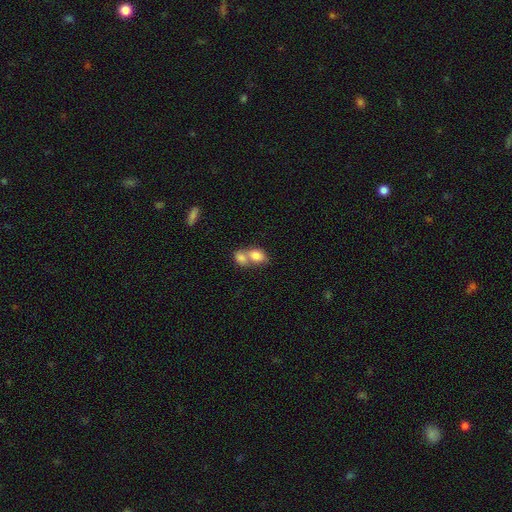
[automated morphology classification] A smooth galaxy with no disk features (81%) that is in between round and cigar-shaped (70%). Merging: merger (69%).